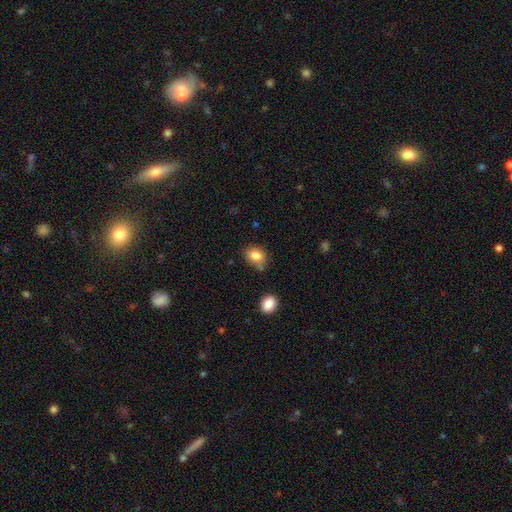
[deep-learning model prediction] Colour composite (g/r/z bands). It shows a smooth galaxy with no disk features (83%) that is in between round and cigar-shaped (53%). Merging: none (66%).